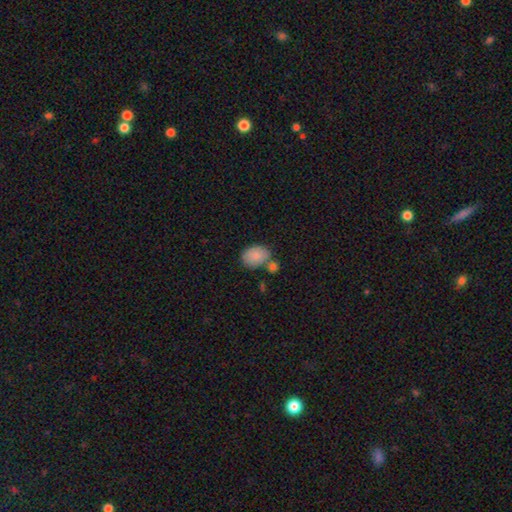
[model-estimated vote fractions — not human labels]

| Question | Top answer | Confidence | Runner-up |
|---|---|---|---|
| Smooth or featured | smooth | 85% | featured or disk (8%) |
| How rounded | in between | 75% | round (24%) |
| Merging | none | 55% | merger (23%) |